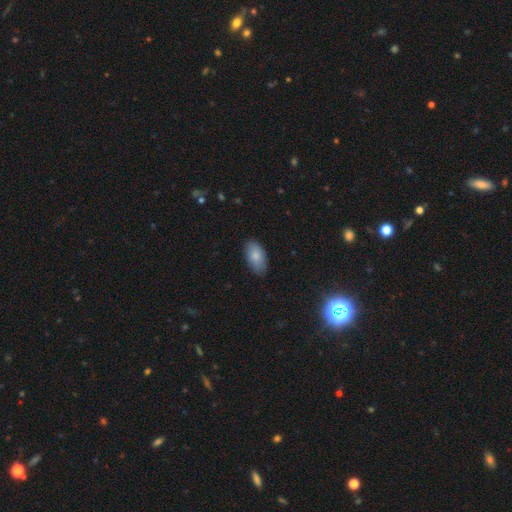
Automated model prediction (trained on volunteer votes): A smooth galaxy with no disk features (83%) that is in between round and cigar-shaped (94%). Merging: none (83%).